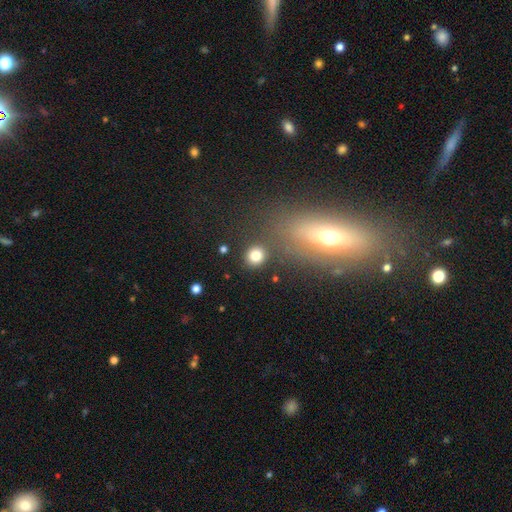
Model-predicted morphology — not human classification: A smooth galaxy with no disk features (80%) that is round (82%).

Vote fractions:
- Smooth or featured? smooth: 80% / star or artifact: 13% / featured or disk: 7%
- How rounded? round: 82% / in between: 16% / cigar-shaped: 1%
- Merging? none: 83% / minor disturbance: 7% / merger: 6% / major disturbance: 4%